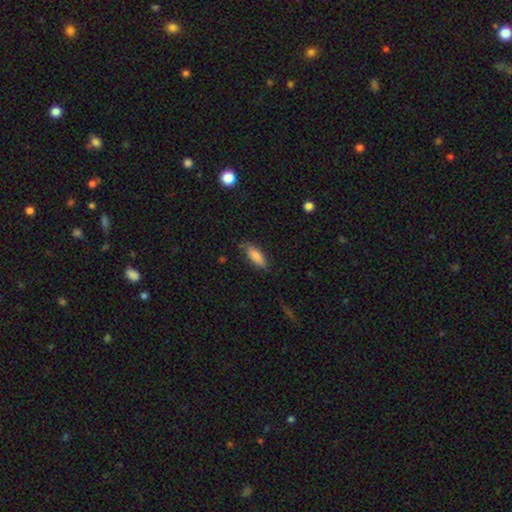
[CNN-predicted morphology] A smooth galaxy with no disk features (84%) that is in between round and cigar-shaped (63%).

Vote fractions:
- Smooth or featured? smooth: 84% / featured or disk: 9% / star or artifact: 7%
- How rounded? in between: 63% / cigar-shaped: 35% / round: 2%
- Merging? none: 78% / minor disturbance: 17% / major disturbance: 3% / merger: 2%